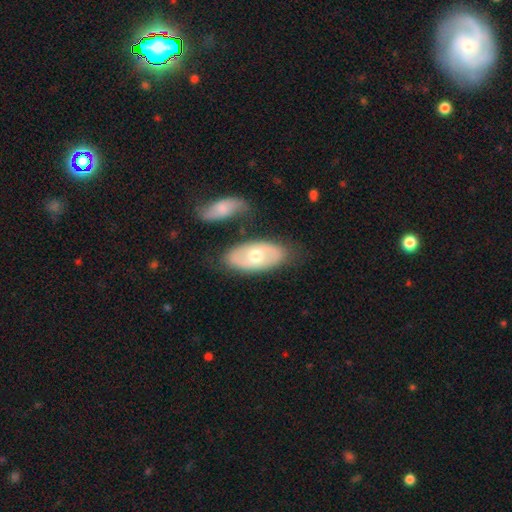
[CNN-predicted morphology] Smooth or featured?
  - smooth: 48% *
  - featured or disk: 47%
  - star or artifact: 5%
Merging?
  - none: 74% *
  - minor disturbance: 13%
  - merger: 10%
  - major disturbance: 4%